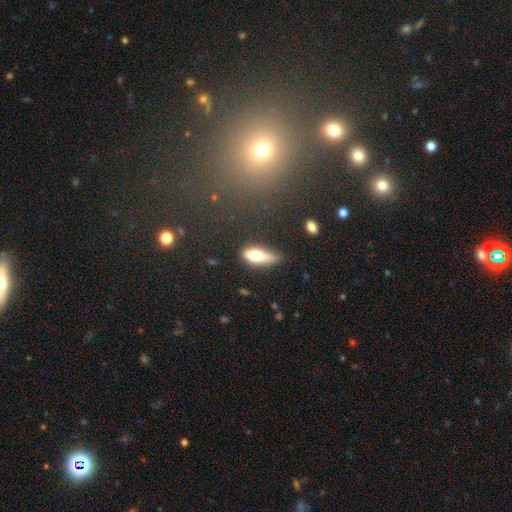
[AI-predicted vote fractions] Smooth or featured?
  - smooth: 72% *
  - featured or disk: 20%
  - star or artifact: 8%
How rounded?
  - in between: 58% *
  - cigar-shaped: 39%
  - round: 3%
Merging?
  - none: 55% *
  - minor disturbance: 28%
  - major disturbance: 11%
  - merger: 6%